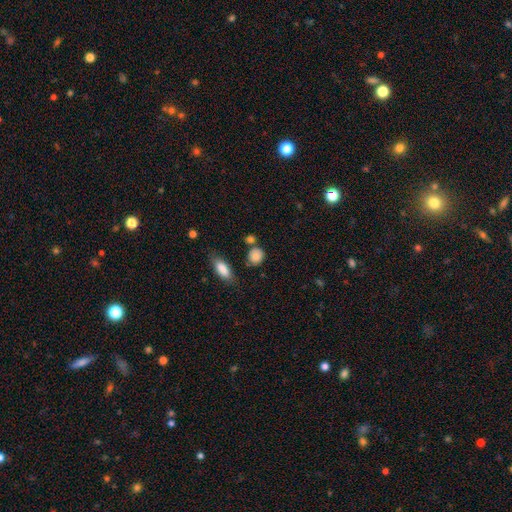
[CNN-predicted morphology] The model was most divided on "how rounded": round: 73%, in between: 24%, cigar-shaped: 2%. More confident: smooth or featured — smooth (85%); merging — none (67%).